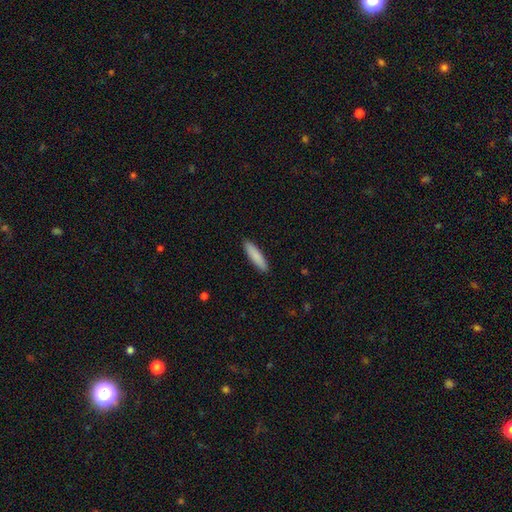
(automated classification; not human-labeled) This appears to be a smooth galaxy with no disk features (87%) that is cigar-shaped (78%). Merging: none (91%).